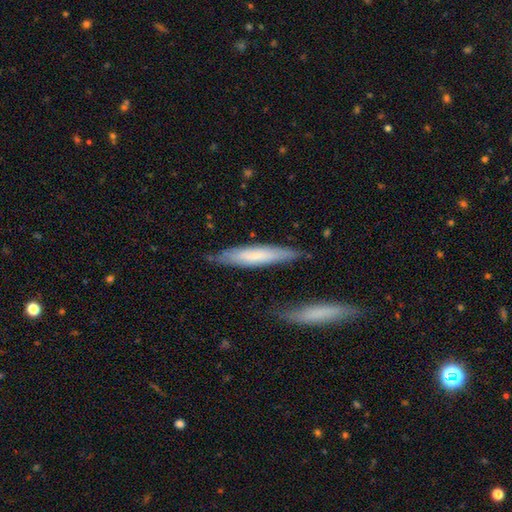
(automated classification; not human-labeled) Q: Smooth or featured?
A: smooth (61%); runner-up: featured or disk (33%)
Q: How rounded?
A: cigar-shaped (84%); runner-up: in between (14%)
Q: Merging?
A: none (77%); runner-up: minor disturbance (15%)